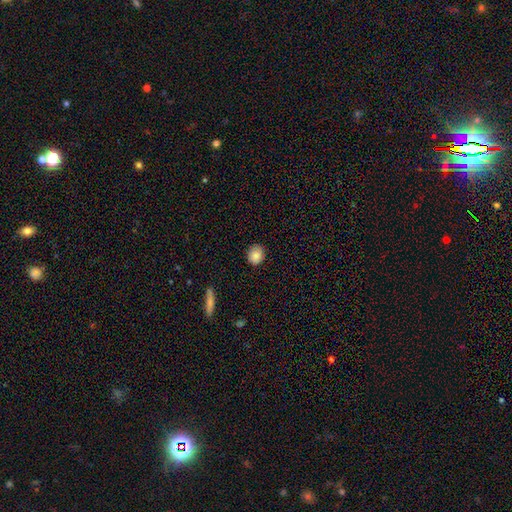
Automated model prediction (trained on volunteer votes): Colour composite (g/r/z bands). It shows a smooth galaxy with no disk features (87%) that is round (70%). Merging: none (85%).